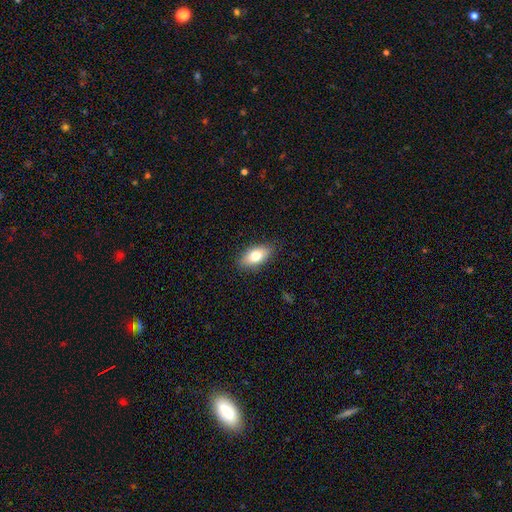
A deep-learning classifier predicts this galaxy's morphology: This appears to be a smooth galaxy with no disk features (76%) that is in between round and cigar-shaped (87%). Merging: none (86%).